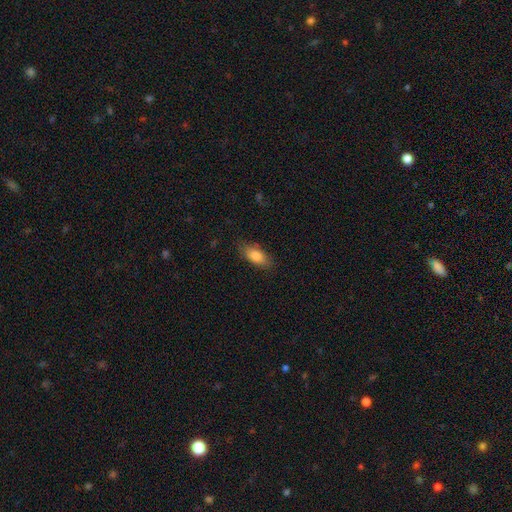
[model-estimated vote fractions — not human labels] This appears to be a smooth galaxy with no disk features (83%) that is in between round and cigar-shaped (85%). Merging: none (79%).